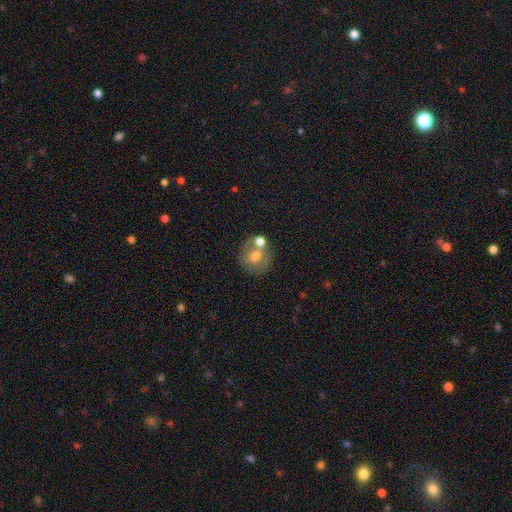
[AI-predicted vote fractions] The model was most divided on "merging": none: 48%, merger: 32%, minor disturbance: 14%, major disturbance: 6%. More confident: how rounded — round (76%); smooth or featured — smooth (60%).